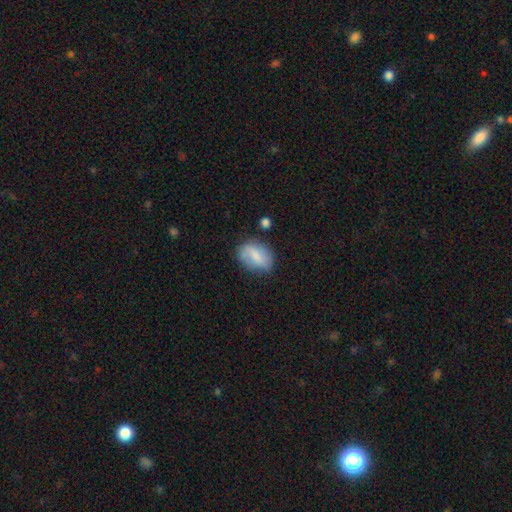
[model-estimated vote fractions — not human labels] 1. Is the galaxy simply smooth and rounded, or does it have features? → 69% smooth, 23% featured or disk, 7% star or artifact.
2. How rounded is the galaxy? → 79% in between, 19% round, 2% cigar-shaped.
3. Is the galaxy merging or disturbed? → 67% none, 22% minor disturbance, 6% major disturbance, 4% merger.